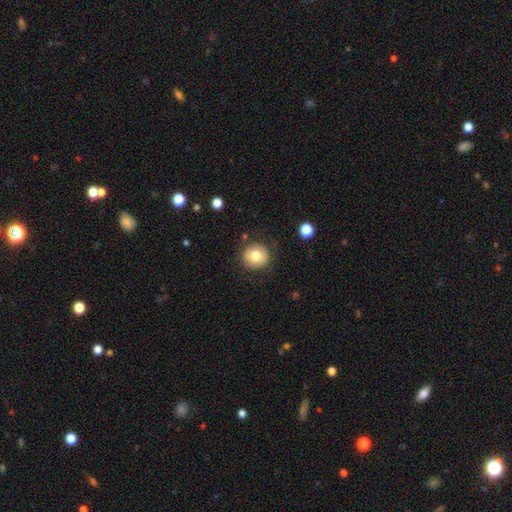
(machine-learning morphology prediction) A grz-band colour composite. It shows a smooth galaxy with no disk features (76%) that is round (92%). Merging: none (85%).